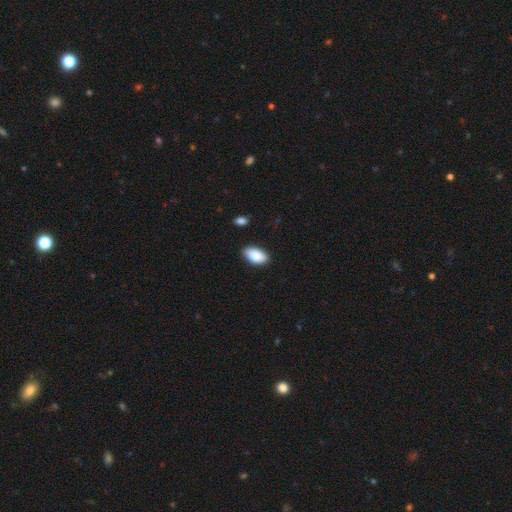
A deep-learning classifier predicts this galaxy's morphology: This is clearly a smooth galaxy (89%). How rounded: clearly in between (94%). Merging: clearly none (82%).